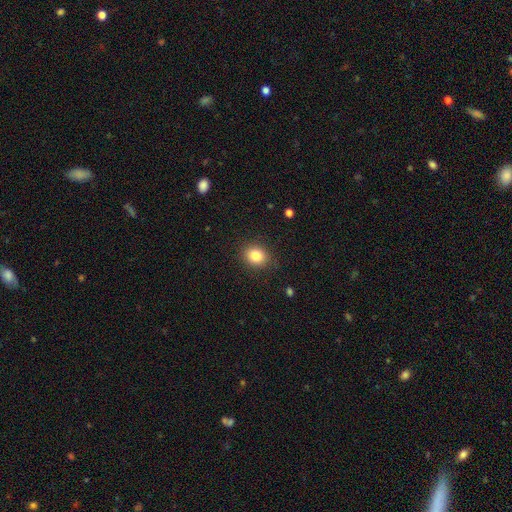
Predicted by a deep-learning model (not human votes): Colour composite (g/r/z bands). It shows a smooth galaxy with no disk features (84%) that is round (63%). Merging: none (87%).